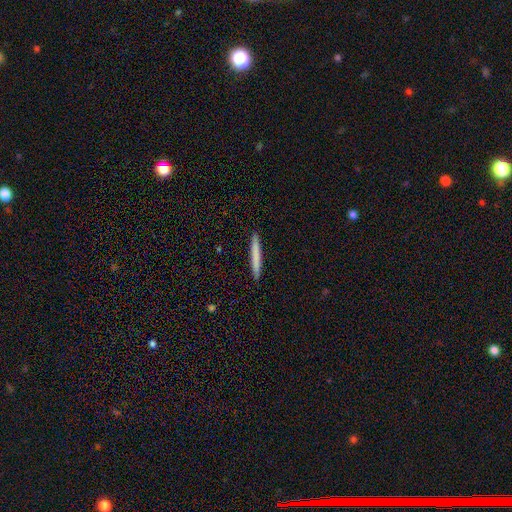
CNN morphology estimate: The model was most divided on "smooth or featured": smooth: 75%, featured or disk: 20%, star or artifact: 5%. More confident: how rounded — cigar-shaped (97%); merging — none (93%).